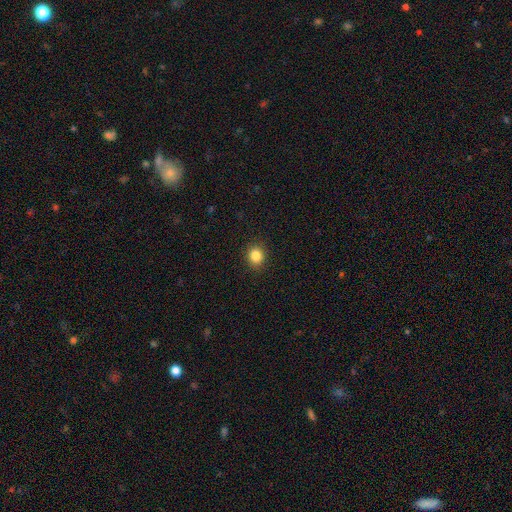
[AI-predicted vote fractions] A smooth galaxy with no disk features (85%) that is round (74%).

Vote fractions:
- Smooth or featured? smooth: 85% / star or artifact: 11% / featured or disk: 5%
- How rounded? round: 74% / in between: 25% / cigar-shaped: 1%
- Merging? none: 91% / minor disturbance: 6% / major disturbance: 2% / merger: 1%